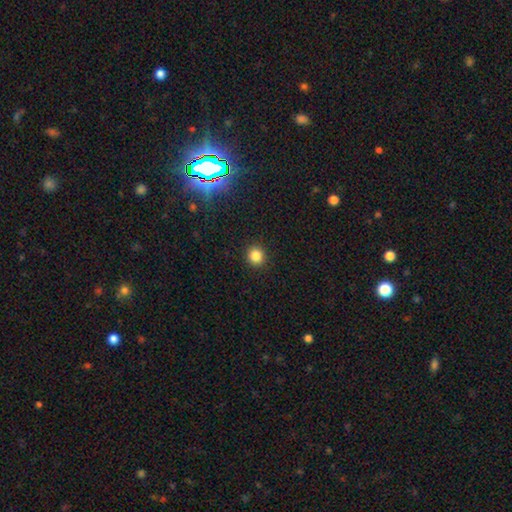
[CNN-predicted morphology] A smooth galaxy with no disk features (84%) that is round (92%). Merging: none (92%).